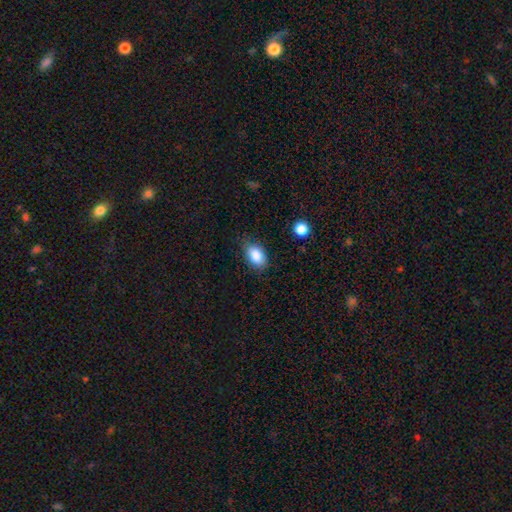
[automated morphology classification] Smooth or featured?
  - smooth: 87% *
  - star or artifact: 8%
  - featured or disk: 6%
How rounded?
  - in between: 88% *
  - round: 10%
  - cigar-shaped: 1%
Merging?
  - none: 76% *
  - minor disturbance: 18%
  - major disturbance: 4%
  - merger: 2%